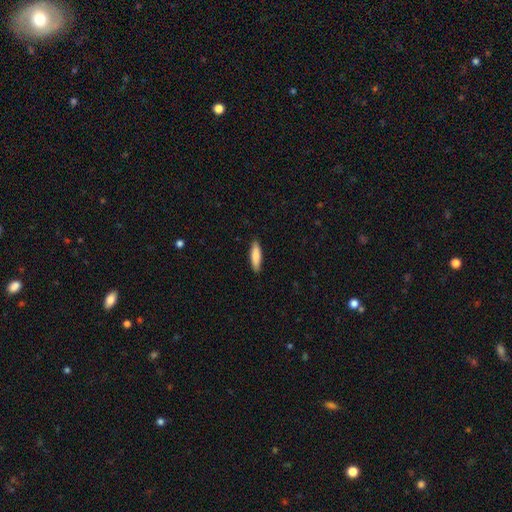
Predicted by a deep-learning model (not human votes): Morphology: type=smooth (83%); roundness=cigar-shaped (64%); merging=none (87%).